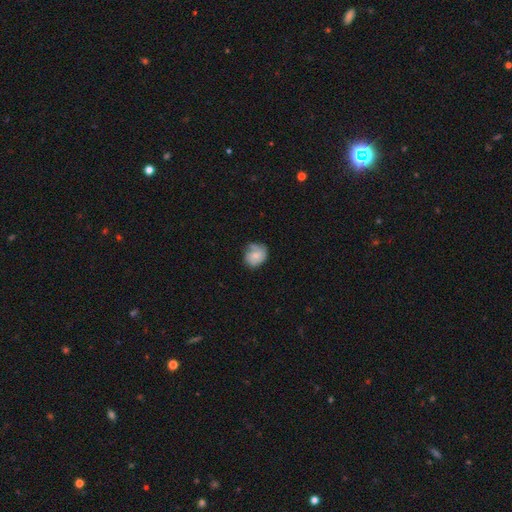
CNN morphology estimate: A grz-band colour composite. It shows a smooth galaxy with no disk features (63%) that is round (55%). Merging: none (50%).